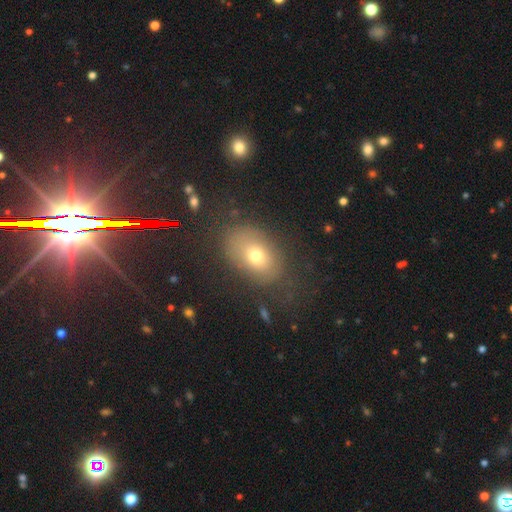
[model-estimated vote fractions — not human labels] The model was most divided on "smooth or featured": smooth: 69%, featured or disk: 19%, star or artifact: 12%. More confident: how rounded — in between (78%); merging — none (68%).